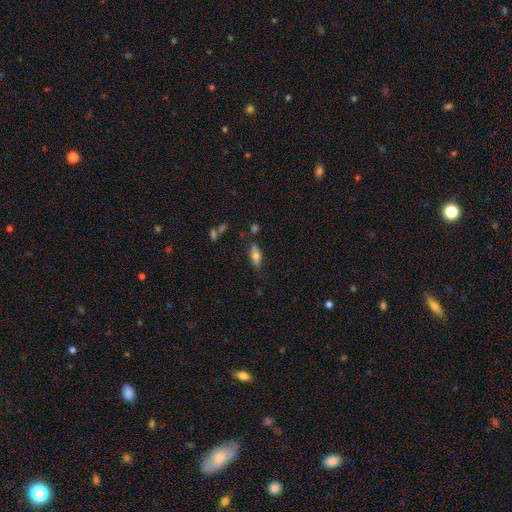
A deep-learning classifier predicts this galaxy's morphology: The model was most divided on "how rounded": in between: 63%, cigar-shaped: 34%, round: 3%. More confident: merging — none (70%); smooth or featured — smooth (66%).